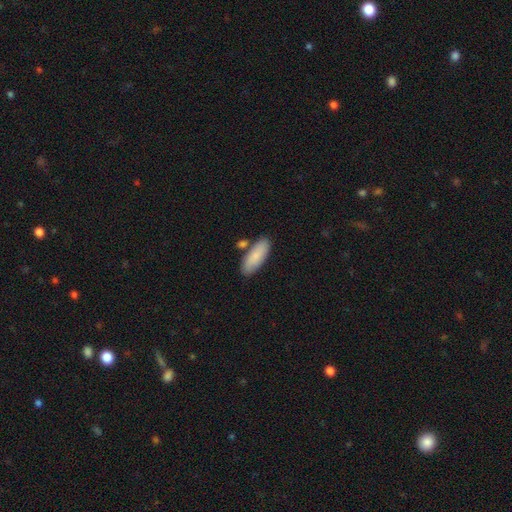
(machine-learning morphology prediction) A smooth galaxy with no disk features (83%) that is in between round and cigar-shaped (71%).

Vote fractions:
- Smooth or featured? smooth: 83% / featured or disk: 11% / star or artifact: 6%
- How rounded? in between: 71% / cigar-shaped: 27% / round: 2%
- Merging? none: 75% / minor disturbance: 12% / merger: 10% / major disturbance: 3%